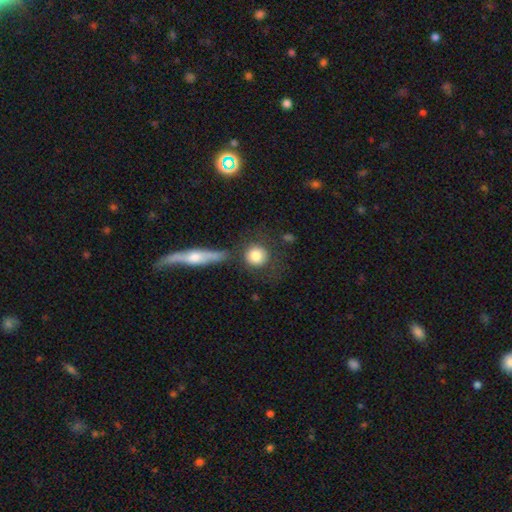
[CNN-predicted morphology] Overall: smooth (80%). How rounded: round (88%). Merging: none (69%).